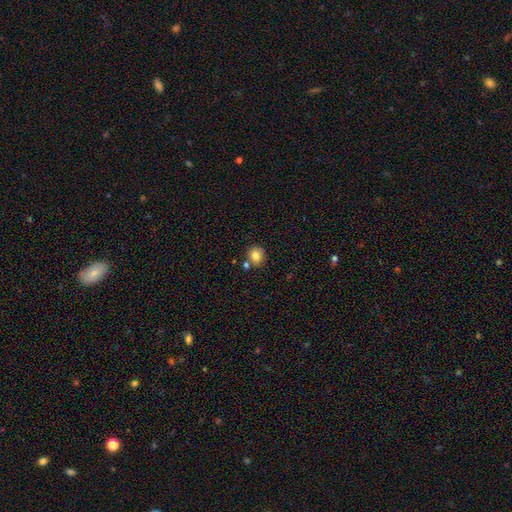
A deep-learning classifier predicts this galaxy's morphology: This appears to be a smooth galaxy with no disk features (81%) that is round (83%). Merging: none (74%).